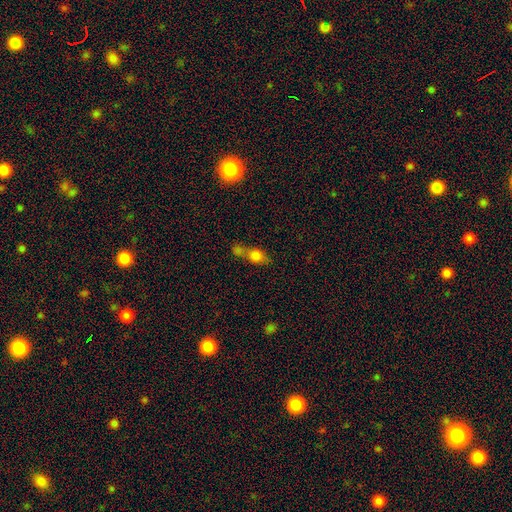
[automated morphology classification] This is likely a smooth galaxy (72%). How rounded: possibly in between (58%). Merging: possibly merger (58%).